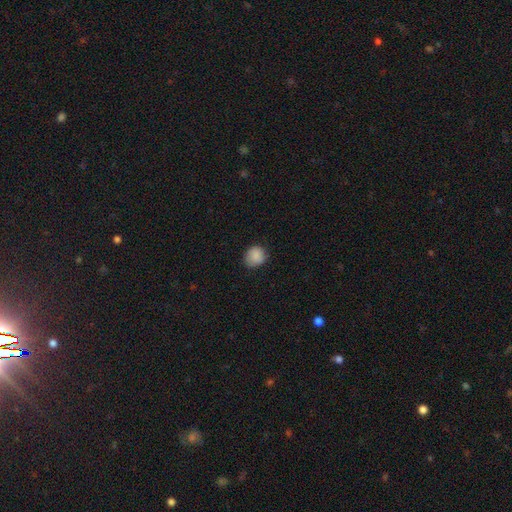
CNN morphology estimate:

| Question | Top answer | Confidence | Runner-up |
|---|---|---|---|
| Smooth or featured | smooth | 88% | star or artifact (8%) |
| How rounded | round | 78% | in between (21%) |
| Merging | none | 79% | minor disturbance (17%) |